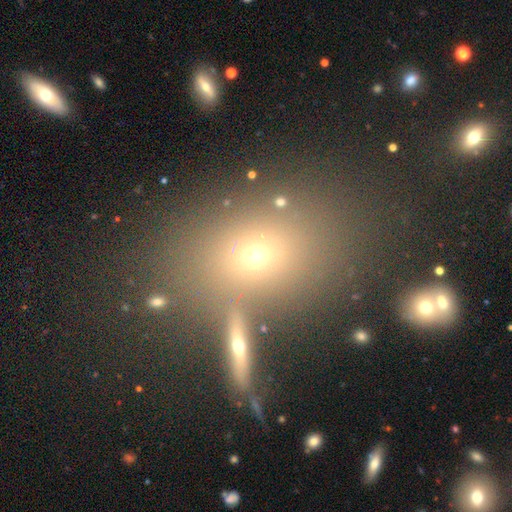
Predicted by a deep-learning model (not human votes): A smooth galaxy with no disk features (63%) that is in between round and cigar-shaped (69%).

Vote fractions:
- Smooth or featured? smooth: 63% / star or artifact: 20% / featured or disk: 18%
- How rounded? in between: 69% / round: 27% / cigar-shaped: 4%
- Merging? none: 63% / merger: 19% / minor disturbance: 12% / major disturbance: 6%